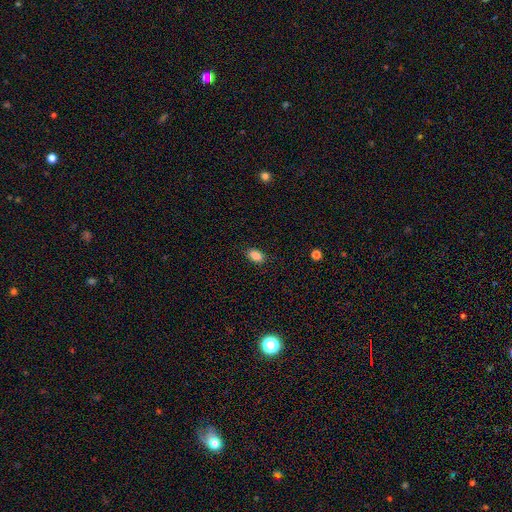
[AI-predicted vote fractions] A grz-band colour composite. It shows a smooth galaxy with no disk features (87%) that is in between round and cigar-shaped (87%). Merging: none (86%).